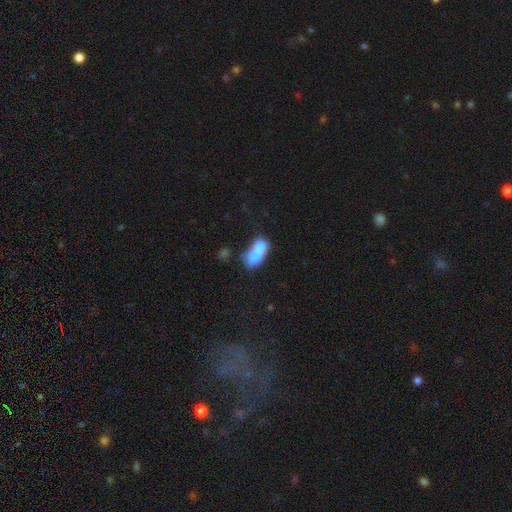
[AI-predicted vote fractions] Smooth or featured? smooth (67%)
How rounded? in between (57%)
Merging? merger (77%)